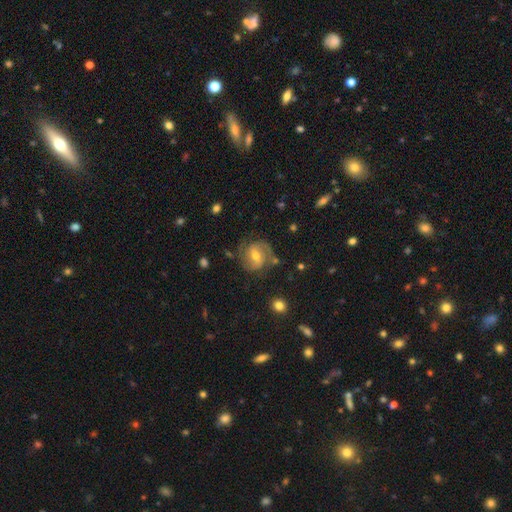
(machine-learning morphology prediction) The model was most divided on "spiral winding": medium: 48%, tight: 36%, loose: 17%. Remaining: edge-on disk — no (97%); spiral arms — yes (93%); spiral arm count — 2 (78%); smooth or featured — featured or disk (76%); merging — none (69%); bulge size — moderate (66%); bar — weak (50%).